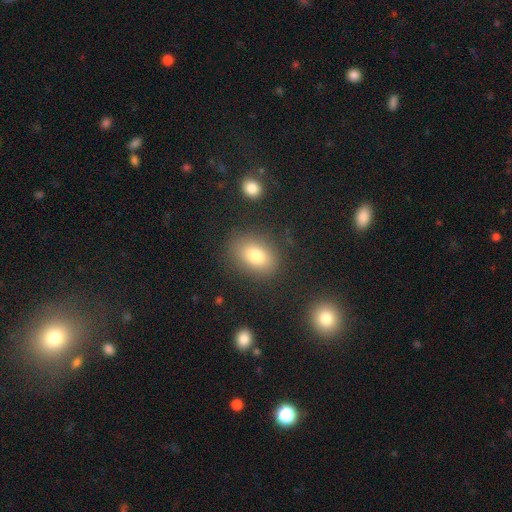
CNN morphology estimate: The model was most divided on "how rounded": in between: 72%, round: 27%, cigar-shaped: 1%. More confident: merging — none (83%); smooth or featured — smooth (78%).